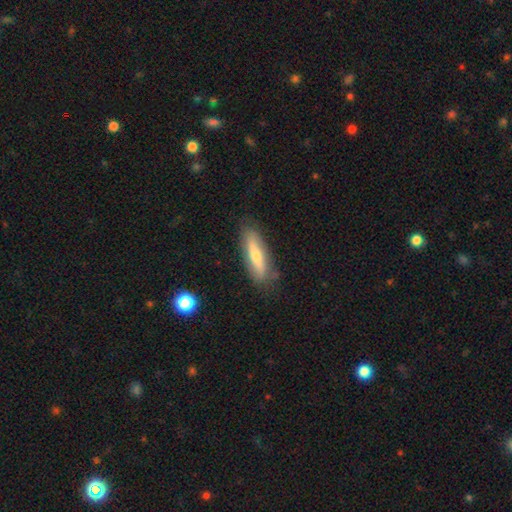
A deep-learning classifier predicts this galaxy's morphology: Q: Smooth or featured?
A: smooth (57%); runner-up: featured or disk (37%)
Q: How rounded?
A: cigar-shaped (64%); runner-up: in between (33%)
Q: Merging?
A: none (80%); runner-up: minor disturbance (15%)